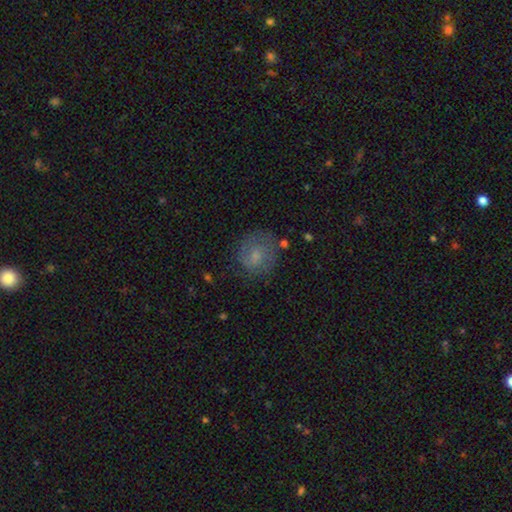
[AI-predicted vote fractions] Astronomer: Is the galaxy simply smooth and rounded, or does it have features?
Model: smooth — 55% (runner-up: featured or disk, 34%).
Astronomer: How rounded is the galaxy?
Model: round — 78%.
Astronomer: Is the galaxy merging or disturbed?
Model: none — 68%.